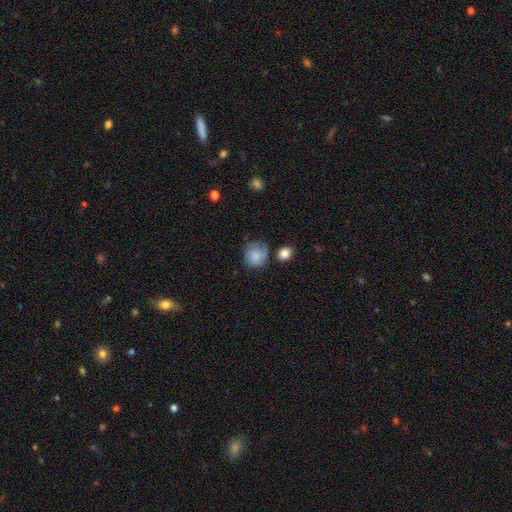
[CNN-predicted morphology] A smooth galaxy with no disk features (72%) that is round (72%).

Vote fractions:
- Smooth or featured? smooth: 72% / featured or disk: 20% / star or artifact: 8%
- How rounded? round: 72% / in between: 27% / cigar-shaped: 1%
- Merging? none: 54% / minor disturbance: 29% / major disturbance: 11% / merger: 7%